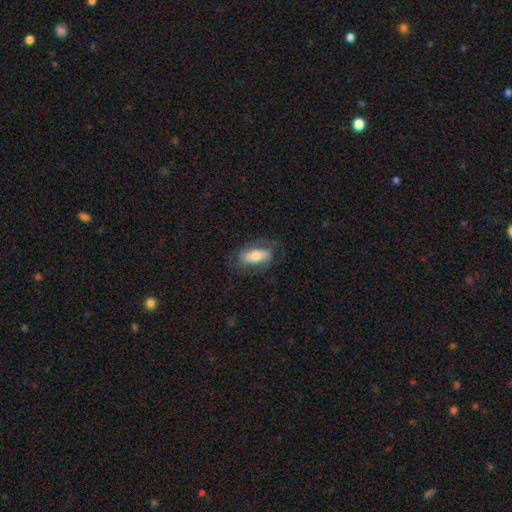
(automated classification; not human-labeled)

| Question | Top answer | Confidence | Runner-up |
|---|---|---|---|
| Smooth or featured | smooth | 52% | featured or disk (40%) |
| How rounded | in between | 81% | cigar-shaped (14%) |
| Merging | none | 65% | minor disturbance (20%) |